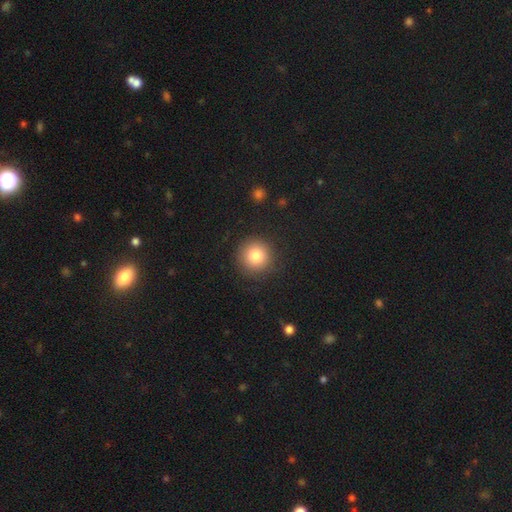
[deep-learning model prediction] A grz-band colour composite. It shows a smooth galaxy with no disk features (82%) that is round (95%). Merging: none (88%).